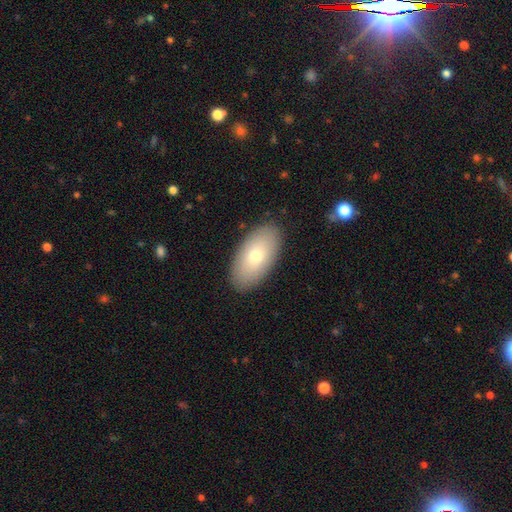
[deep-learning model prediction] Morphology: type=smooth (73%); roundness=in between (94%); merging=none (88%).